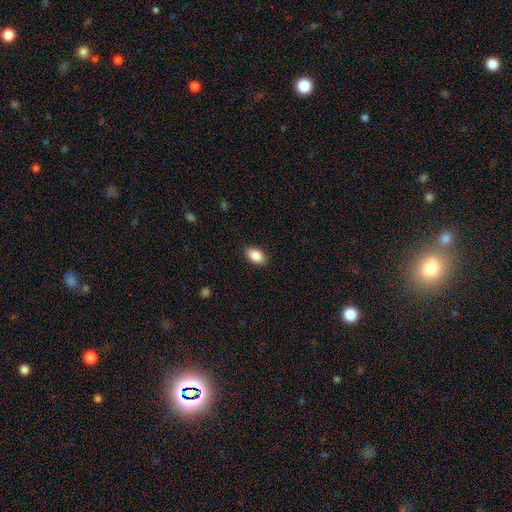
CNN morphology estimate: smooth 88%, star or artifact 7%, featured or disk 5%. Down the decision tree: how rounded — in between (92%); merging — none (88%).